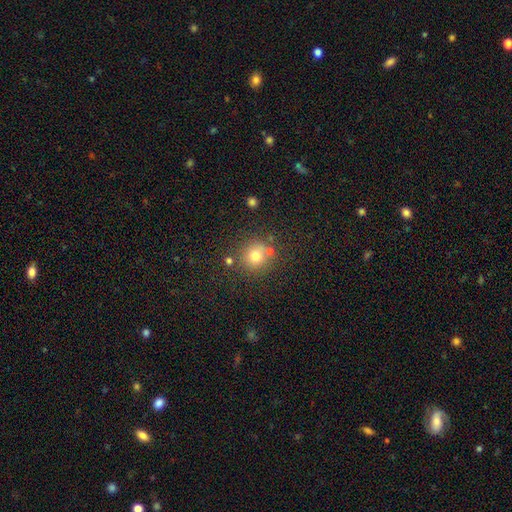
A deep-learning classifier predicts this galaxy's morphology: This appears to be a smooth galaxy with no disk features (74%) that is round (91%). Merging: none (75%).